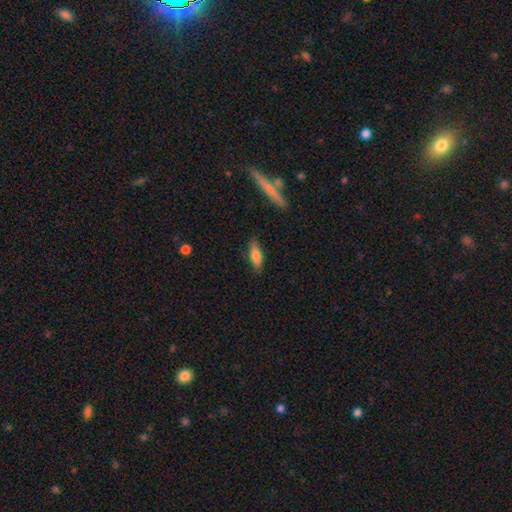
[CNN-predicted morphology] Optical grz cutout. It shows a smooth galaxy with no disk features (74%) that is in between round and cigar-shaped (53%). Merging: none (83%).